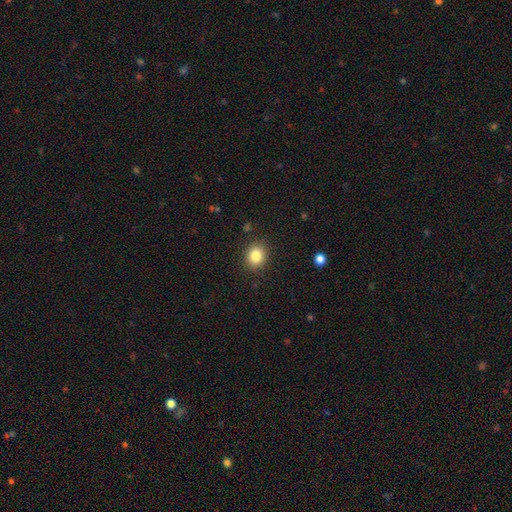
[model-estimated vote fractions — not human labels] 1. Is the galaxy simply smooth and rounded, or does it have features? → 84% smooth, 10% star or artifact, 6% featured or disk.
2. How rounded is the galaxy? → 71% round, 29% in between, 1% cigar-shaped.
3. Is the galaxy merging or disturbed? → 88% none, 8% minor disturbance, 3% major disturbance, 1% merger.